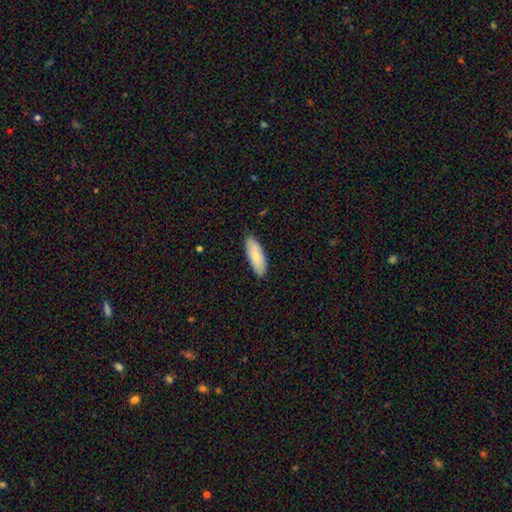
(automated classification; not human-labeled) Overall: smooth (80%). How rounded: in between (68%; cigar-shaped 31%). Merging: none (85%).